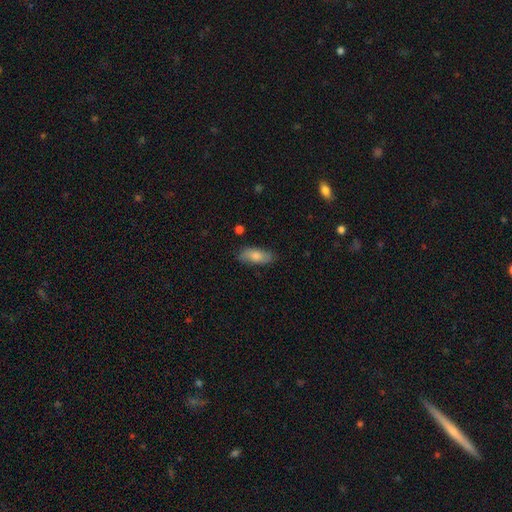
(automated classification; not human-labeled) The model was most divided on "smooth or featured": smooth: 77%, featured or disk: 17%, star or artifact: 6%. More confident: merging — none (80%); how rounded — in between (80%).